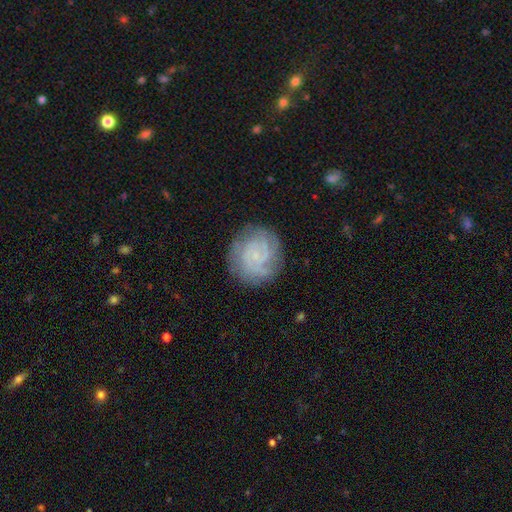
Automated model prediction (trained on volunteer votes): Smooth or featured? featured or disk (71%)
Edge-on disk? no (98%)
Bar? no (70%)
Spiral arms? yes (92%)
Spiral winding? tight (67%)
Spiral arm count? can't tell (32%)
Bulge size? small (65%)
Merging? none (80%)